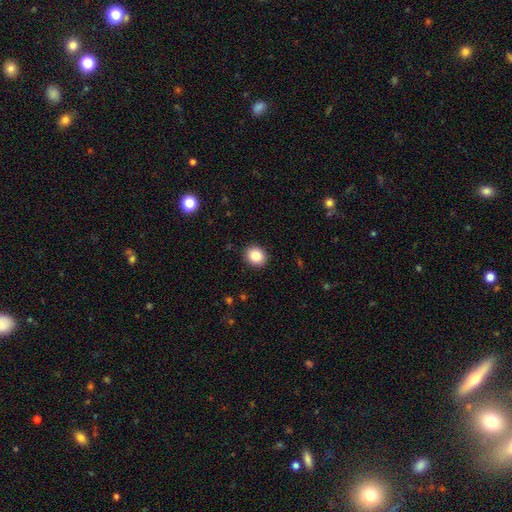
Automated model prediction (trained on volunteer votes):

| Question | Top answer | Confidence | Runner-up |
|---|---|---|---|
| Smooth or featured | smooth | 85% | star or artifact (9%) |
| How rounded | round | 70% | in between (29%) |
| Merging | none | 91% | minor disturbance (6%) |